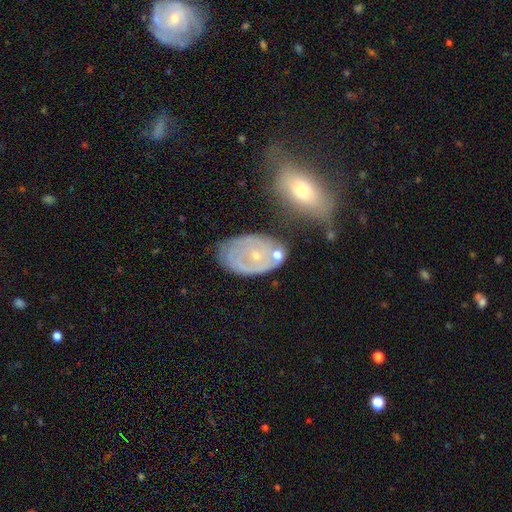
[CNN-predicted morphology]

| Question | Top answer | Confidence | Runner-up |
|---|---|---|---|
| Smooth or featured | featured or disk | 66% | smooth (26%) |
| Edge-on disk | no | 95% | yes (5%) |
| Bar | no | 82% | weak (15%) |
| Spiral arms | yes | 63% | no (37%) |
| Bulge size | small | 77% | moderate (19%) |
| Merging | none | 50% | minor disturbance (26%) |